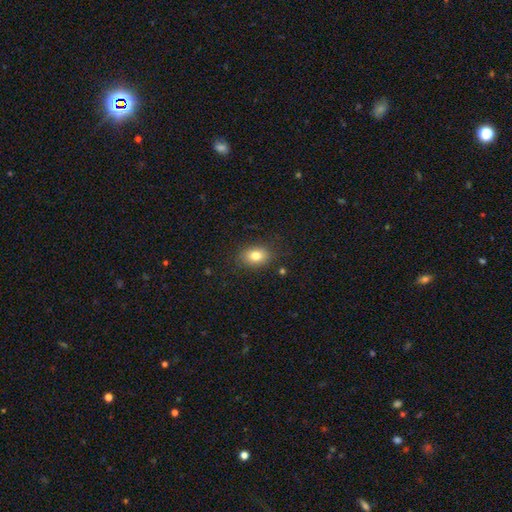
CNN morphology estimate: type=smooth (80%); roundness=in between (66%); merging=none (85%).